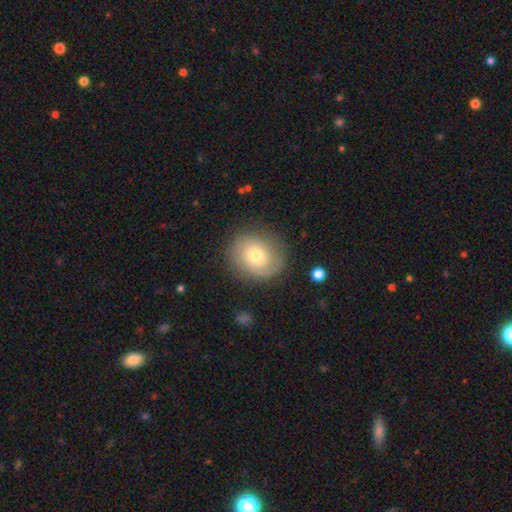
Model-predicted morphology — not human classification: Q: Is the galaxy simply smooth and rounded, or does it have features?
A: featured or disk — 46%, tied with smooth.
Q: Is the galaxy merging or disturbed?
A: none — 80%.